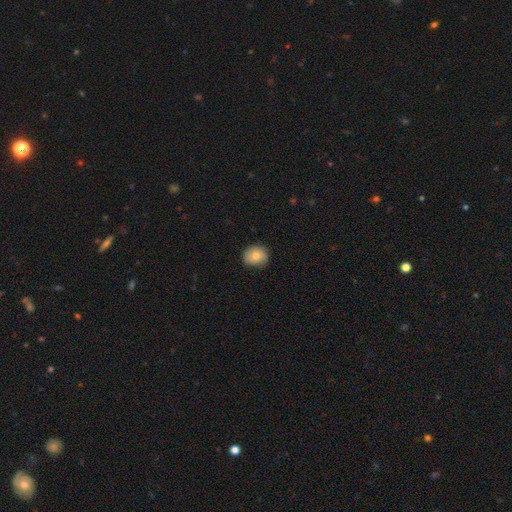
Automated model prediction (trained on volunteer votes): Smooth or featured? smooth (76%)
How rounded? round (74%)
Merging? none (76%)